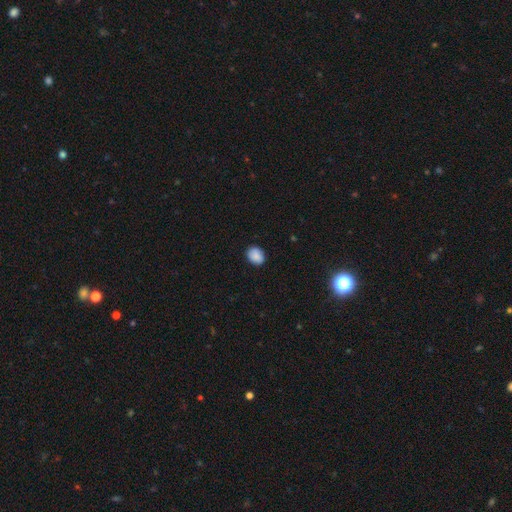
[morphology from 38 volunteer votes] This is clearly a smooth galaxy (89%). How rounded: possibly round (56%). Merging: clearly none (81%).